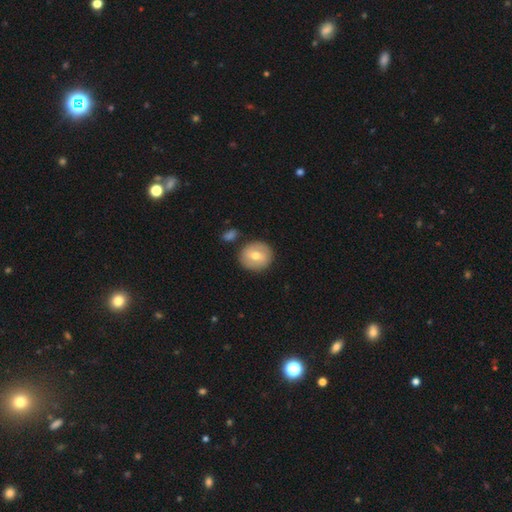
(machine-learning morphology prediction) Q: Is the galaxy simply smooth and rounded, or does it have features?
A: smooth — 60%.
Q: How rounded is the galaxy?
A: round — 86%.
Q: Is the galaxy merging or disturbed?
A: none — 84%.